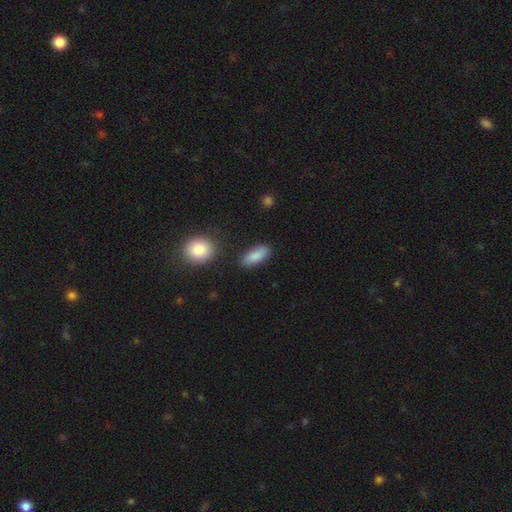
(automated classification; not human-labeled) Smooth or featured?
  - smooth: 87% *
  - star or artifact: 7%
  - featured or disk: 6%
How rounded?
  - in between: 83% *
  - cigar-shaped: 14%
  - round: 3%
Merging?
  - none: 83% *
  - minor disturbance: 11%
  - merger: 3%
  - major disturbance: 3%